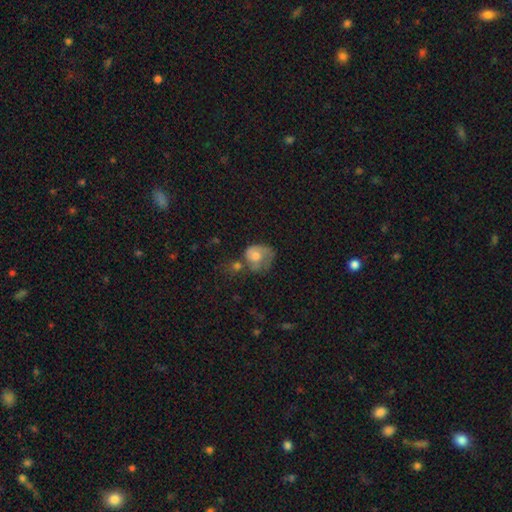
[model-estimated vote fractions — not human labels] Smooth or featured? Predicted: smooth (p=0.51). How rounded? Predicted: round (p=0.55). Merging? Predicted: major disturbance (p=0.29).